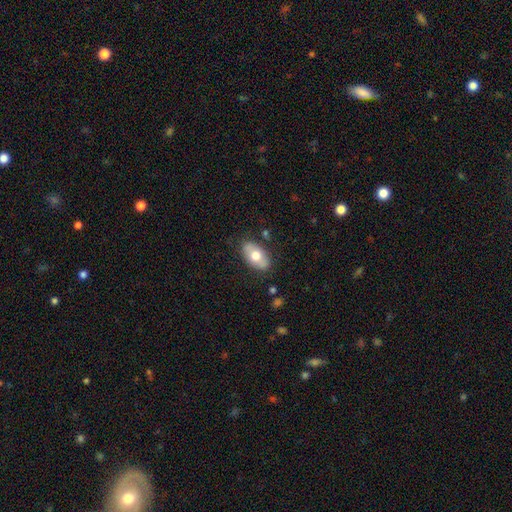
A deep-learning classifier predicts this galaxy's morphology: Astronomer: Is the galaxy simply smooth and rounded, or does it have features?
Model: smooth — 65%.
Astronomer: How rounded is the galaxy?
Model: in between — 92%.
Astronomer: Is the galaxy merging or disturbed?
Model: none — 81%.